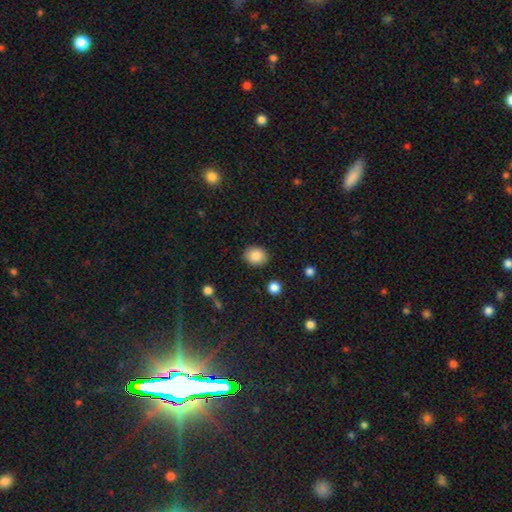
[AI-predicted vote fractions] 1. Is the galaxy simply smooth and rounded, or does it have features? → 86% smooth, 9% star or artifact, 5% featured or disk.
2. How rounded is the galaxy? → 60% round, 39% in between, 1% cigar-shaped.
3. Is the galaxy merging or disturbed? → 88% none, 8% minor disturbance, 2% major disturbance, 2% merger.